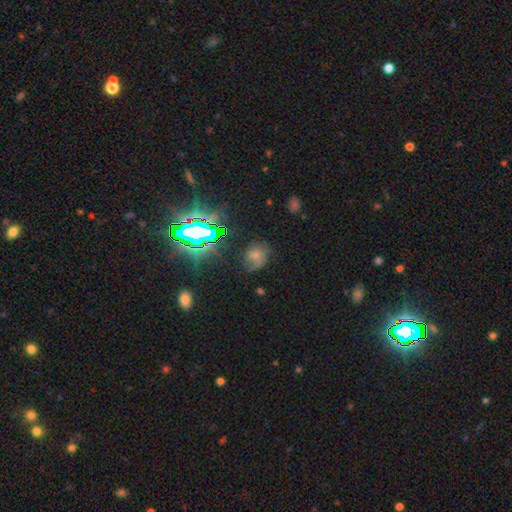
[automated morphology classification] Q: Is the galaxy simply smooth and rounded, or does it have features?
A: smooth — 44%.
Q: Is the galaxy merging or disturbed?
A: none — 51%.